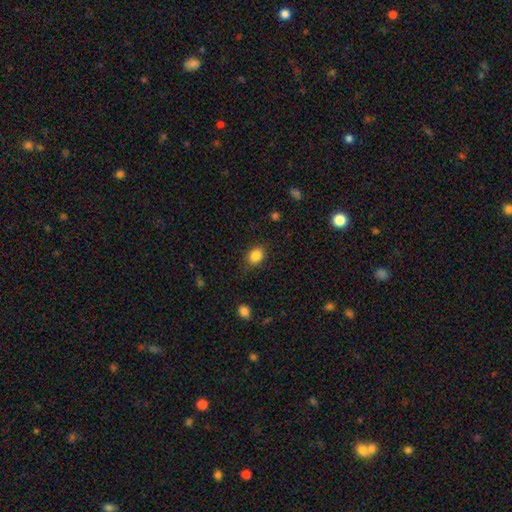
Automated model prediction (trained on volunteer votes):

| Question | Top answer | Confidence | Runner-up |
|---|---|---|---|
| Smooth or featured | smooth | 85% | star or artifact (10%) |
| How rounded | in between | 54% | round (45%) |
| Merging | none | 80% | minor disturbance (15%) |